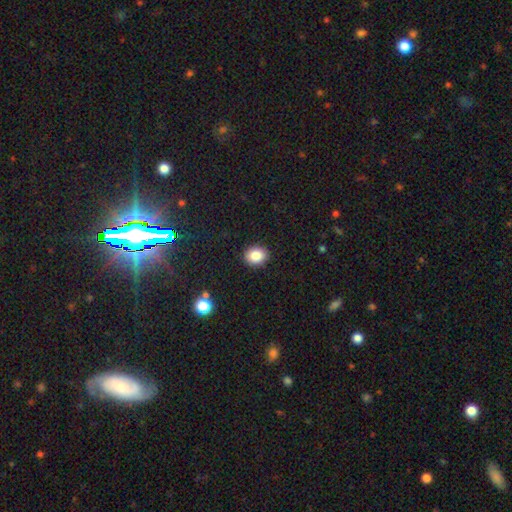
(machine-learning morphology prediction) Overall: smooth (85%). How rounded: round (55%; in between 44%). Merging: none (91%).